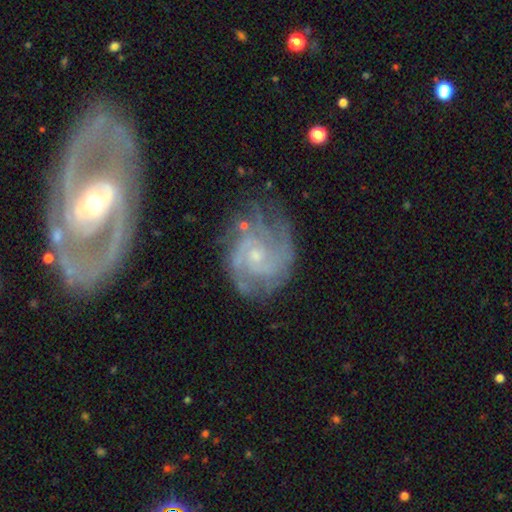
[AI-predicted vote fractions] smooth-or-featured: featured or disk: 86% | smooth: 8% | star or artifact: 7%
  disk-edge-on: no: 97% | yes: 3%
    bar: no: 66% | weak: 29% | strong: 5%
    has-spiral-arms: yes: 96% | no: 4%
      spiral-winding: tight: 50% | medium: 40% | loose: 9%
      spiral-arm-count: 2: 33% | 3: 25% | can't tell: 23% | 4: 9% | more than 4: 5% | 1: 5%
    bulge-size: small: 72% | moderate: 22% | none: 4% | large: 1% | dominant: 1%
  merging: none: 65% | minor disturbance: 20% | major disturbance: 10% | merger: 5%